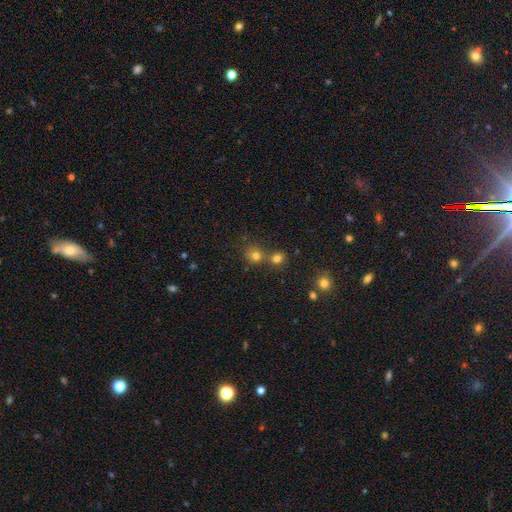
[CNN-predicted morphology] A smooth galaxy with no disk features (73%) that is round (82%). Merging: none (51%).